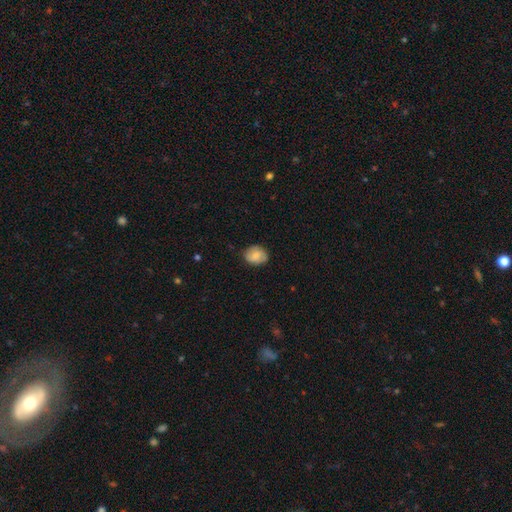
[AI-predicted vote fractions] Overall: smooth (73%). How rounded: round (54%; in between 45%). Merging: none (79%).